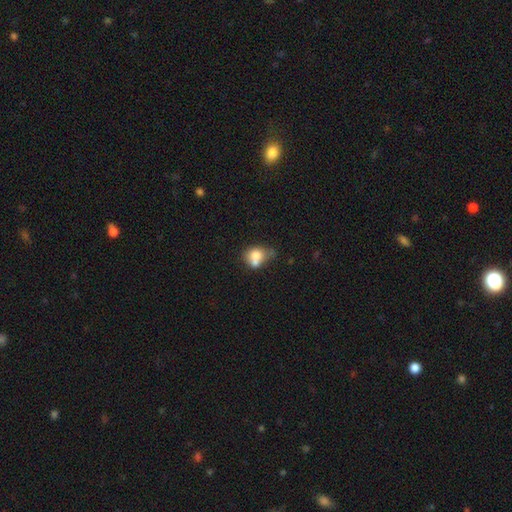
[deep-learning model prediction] Q: Smooth or featured?
A: smooth (72%); runner-up: featured or disk (18%)
Q: How rounded?
A: round (57%); runner-up: in between (42%)
Q: Merging?
A: merger (51%); runner-up: none (29%)